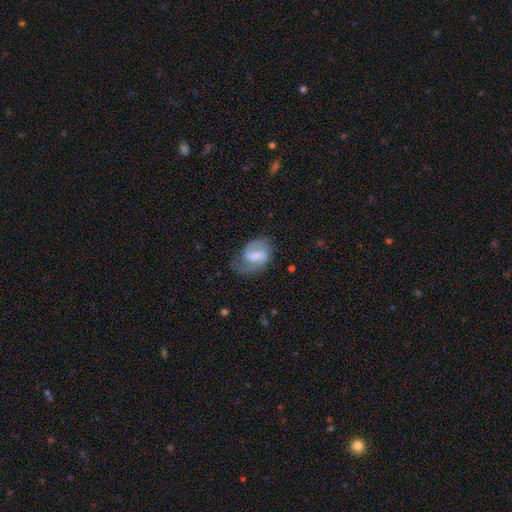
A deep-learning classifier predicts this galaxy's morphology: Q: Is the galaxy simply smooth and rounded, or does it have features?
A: featured or disk — 76%.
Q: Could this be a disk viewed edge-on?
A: no — 97%.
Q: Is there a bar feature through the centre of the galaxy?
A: weak — 49%.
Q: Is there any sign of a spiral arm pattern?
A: yes — 92%.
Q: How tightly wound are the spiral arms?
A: medium — 51%.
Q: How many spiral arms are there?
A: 2 — 83%.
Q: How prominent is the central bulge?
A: small — 33%.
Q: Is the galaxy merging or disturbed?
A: none — 63%.